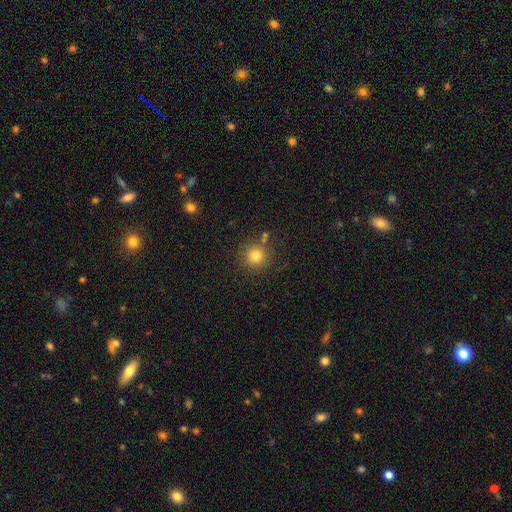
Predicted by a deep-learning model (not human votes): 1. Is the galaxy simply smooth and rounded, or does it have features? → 79% smooth, 14% star or artifact, 7% featured or disk.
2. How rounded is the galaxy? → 94% round, 5% in between, 1% cigar-shaped.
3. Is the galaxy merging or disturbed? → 82% none, 9% minor disturbance, 6% merger, 3% major disturbance.